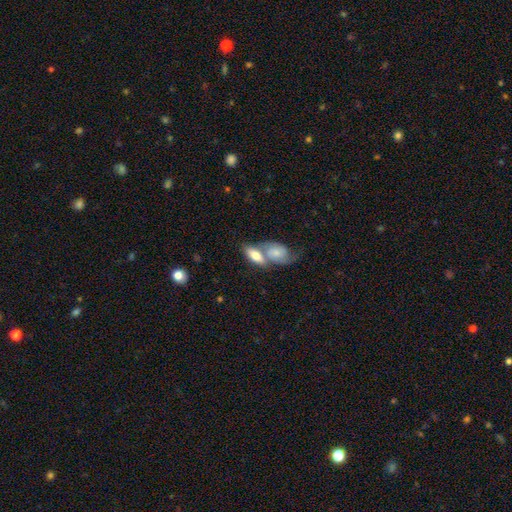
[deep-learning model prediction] Morphology: type=smooth (67%); roundness=in between (83%); merging=merger (61%).